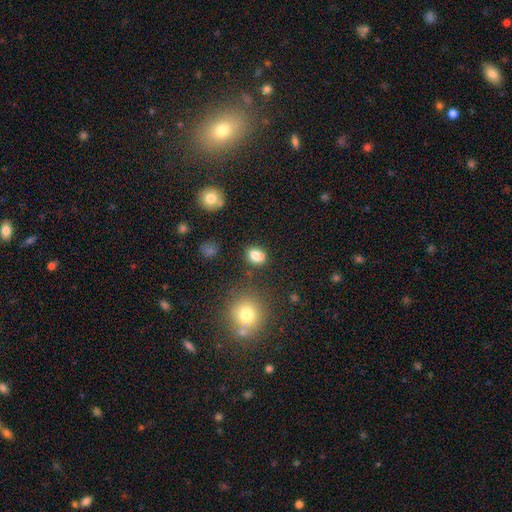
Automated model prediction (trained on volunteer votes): smooth-or-featured: smooth: 82% | star or artifact: 11% | featured or disk: 7%
  how-rounded: in between: 63% | round: 36% | cigar-shaped: 1%
  merging: none: 76% | minor disturbance: 13% | merger: 7% | major disturbance: 4%